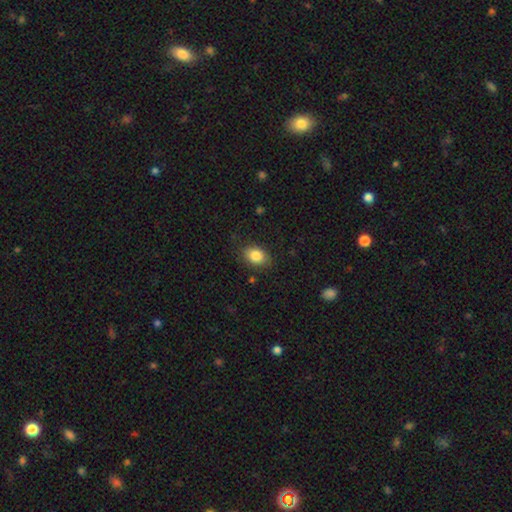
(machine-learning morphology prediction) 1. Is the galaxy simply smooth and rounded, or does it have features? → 85% smooth, 8% star or artifact, 7% featured or disk.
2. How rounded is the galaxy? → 74% in between, 25% round, 1% cigar-shaped.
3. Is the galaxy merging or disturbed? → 82% none, 14% minor disturbance, 3% major disturbance, 1% merger.